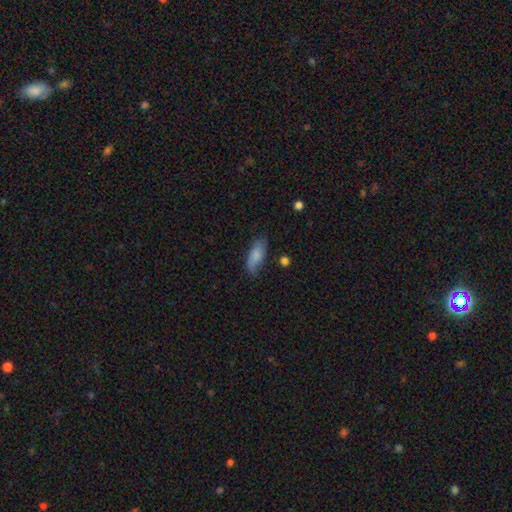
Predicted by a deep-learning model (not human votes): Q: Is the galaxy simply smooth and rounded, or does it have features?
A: smooth — 78%.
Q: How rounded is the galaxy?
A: in between — 75%.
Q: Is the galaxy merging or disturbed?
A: none — 69%.